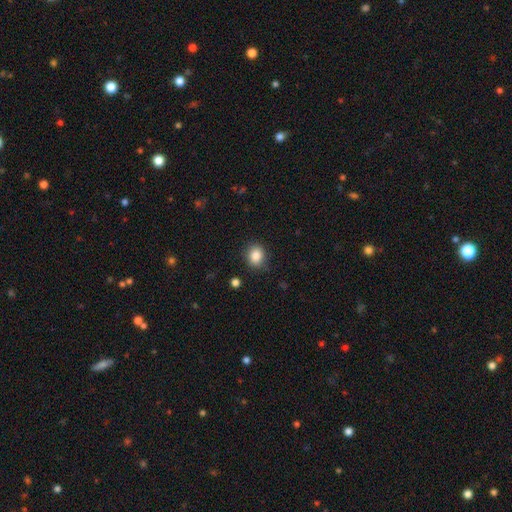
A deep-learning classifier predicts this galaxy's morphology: smooth 86%, star or artifact 10%, featured or disk 5%. Down the decision tree: how rounded — round (62%); merging — none (86%).